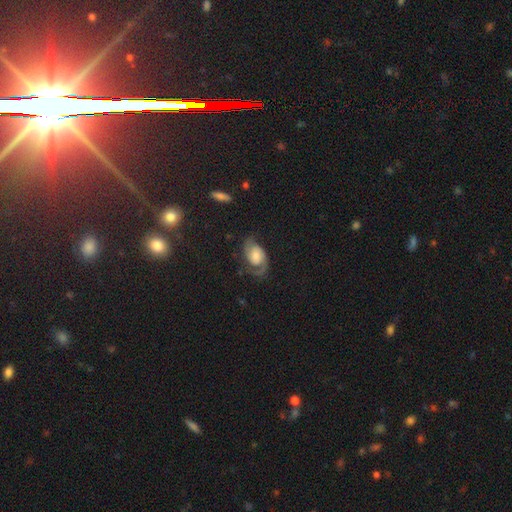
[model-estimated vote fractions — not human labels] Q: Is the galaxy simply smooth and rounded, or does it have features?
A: featured or disk — 81%.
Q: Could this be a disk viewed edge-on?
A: no — 97%.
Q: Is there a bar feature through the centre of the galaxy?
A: no — 66%.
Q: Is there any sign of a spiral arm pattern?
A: yes — 96%.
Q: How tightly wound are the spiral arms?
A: medium — 49%.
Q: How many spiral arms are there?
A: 2 — 88%.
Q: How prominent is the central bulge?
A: moderate — 48%.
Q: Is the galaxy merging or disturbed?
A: none — 69%.